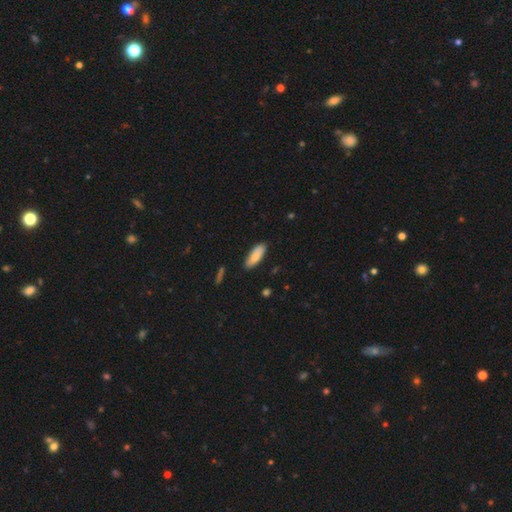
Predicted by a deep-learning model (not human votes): smooth 83%, featured or disk 11%, star or artifact 6%. Down the decision tree: how rounded — in between (65%); merging — none (85%).